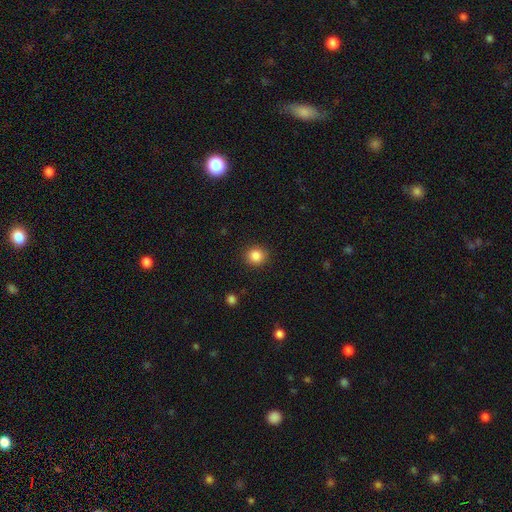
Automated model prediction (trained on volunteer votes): A smooth galaxy with no disk features (86%) that is round (90%). Merging: none (90%).